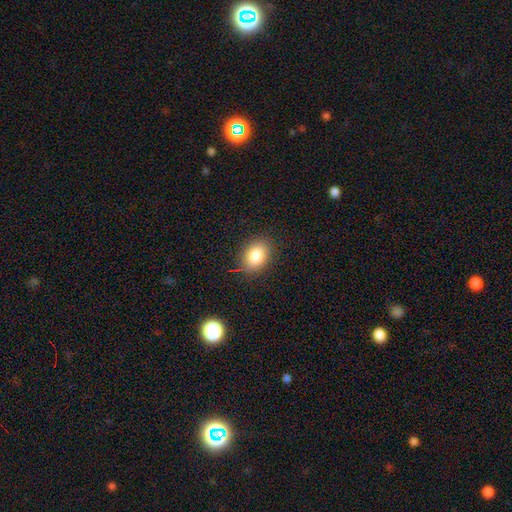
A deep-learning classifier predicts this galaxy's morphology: Smooth or featured? smooth (84%)
How rounded? in between (71%)
Merging? none (85%)